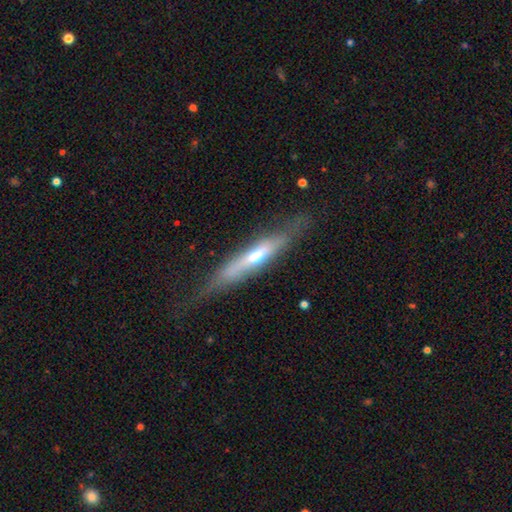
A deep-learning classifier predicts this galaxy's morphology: A featured or disk galaxy (60%) viewed edge-on (83%).

Vote fractions:
- Smooth or featured? featured or disk: 60% / smooth: 33% / star or artifact: 7%
- Edge-on disk? yes: 83% / no: 17%
- Merging? none: 65% / minor disturbance: 23% / major disturbance: 11% / merger: 2%